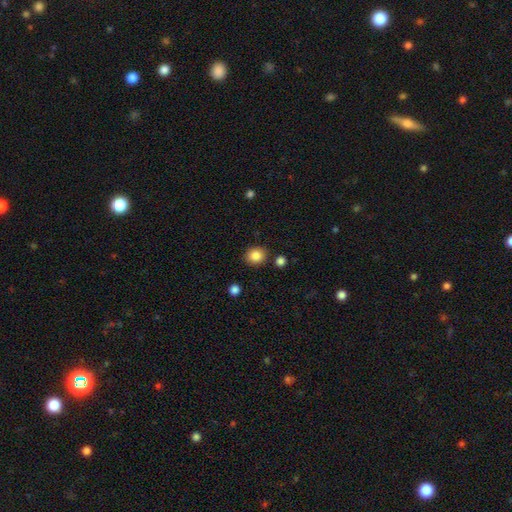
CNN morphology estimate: type=smooth (86%); roundness=round (74%); merging=none (85%).